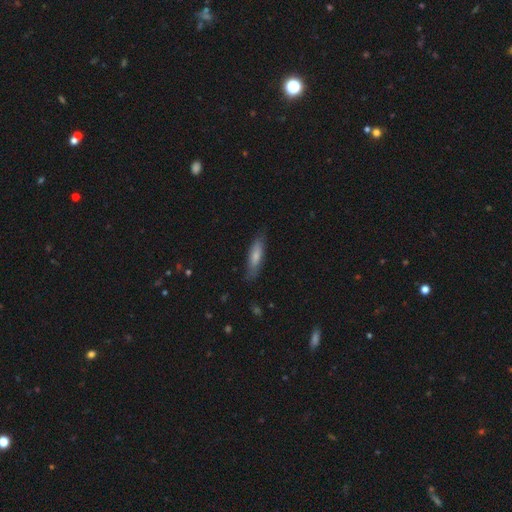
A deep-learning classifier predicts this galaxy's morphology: A smooth galaxy with no disk features (72%) that is cigar-shaped (60%). Merging: none (79%).